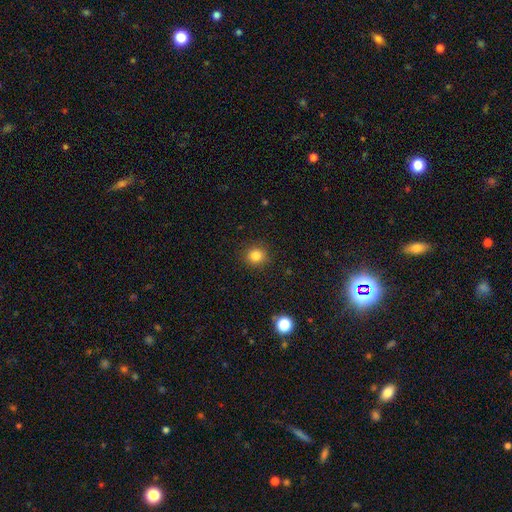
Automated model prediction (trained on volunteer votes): Overall: smooth (83%). How rounded: round (89%). Merging: none (91%).